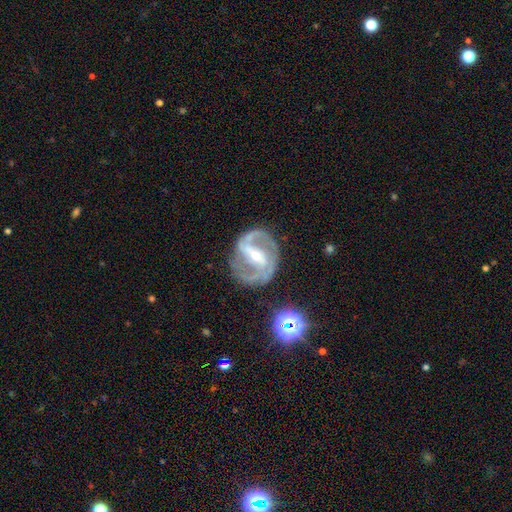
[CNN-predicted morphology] Smooth or featured? featured or disk (89%)
Edge-on disk? no (97%)
Bar? strong (58%)
Spiral arms? yes (95%)
Spiral winding? medium (53%)
Spiral arm count? 2 (84%)
Bulge size? small (56%)
Merging? none (76%)